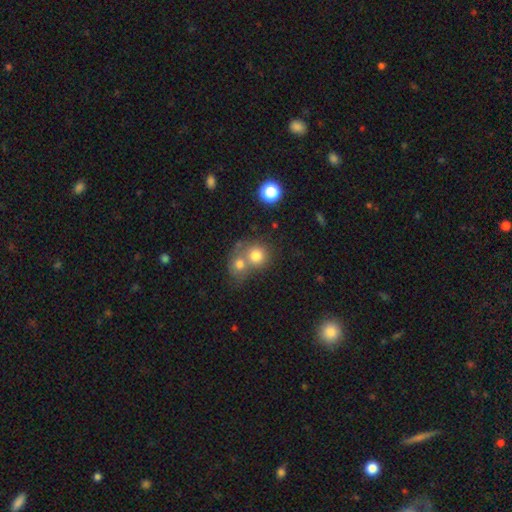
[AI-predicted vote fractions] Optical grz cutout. It shows a smooth galaxy with no disk features (76%) that is round (83%). Merging: merger (54%).